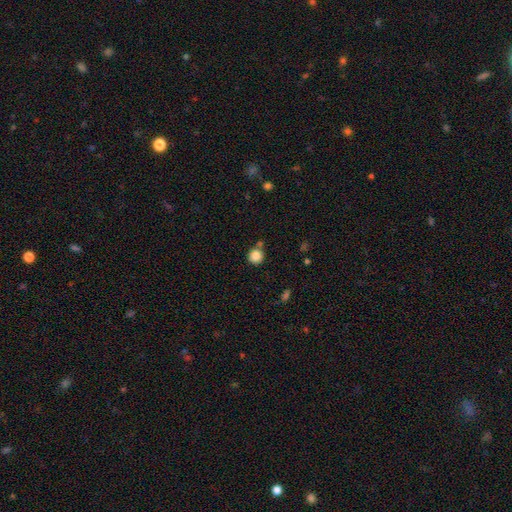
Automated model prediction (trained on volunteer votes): A smooth galaxy with no disk features (86%) that is round (91%). Merging: none (71%).